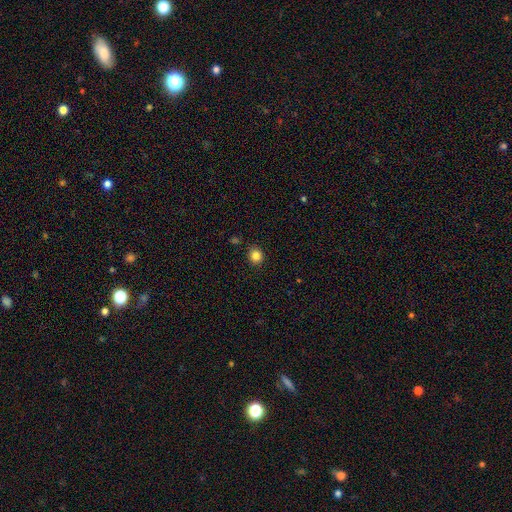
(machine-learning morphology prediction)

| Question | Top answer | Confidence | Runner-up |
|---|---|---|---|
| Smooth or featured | smooth | 83% | star or artifact (11%) |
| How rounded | round | 84% | in between (15%) |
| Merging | none | 87% | minor disturbance (8%) |